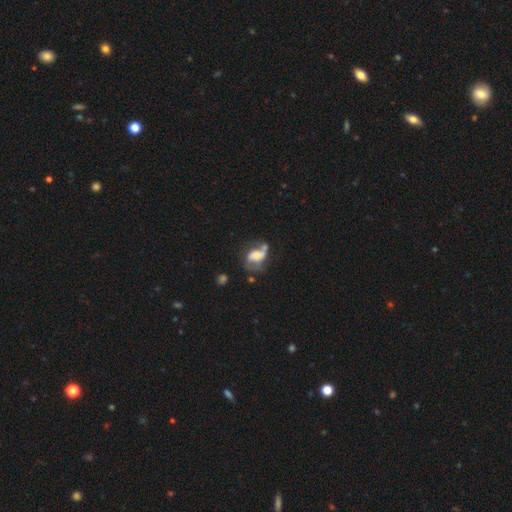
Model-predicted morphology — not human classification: Smooth or featured? Predicted: featured or disk (p=0.54). Edge-on disk? Predicted: no (p=0.96). Bar? Predicted: no (p=0.56). Spiral arms? Predicted: yes (p=0.63). Bulge size? Predicted: moderate (p=0.38). Merging? Predicted: none (p=0.31).